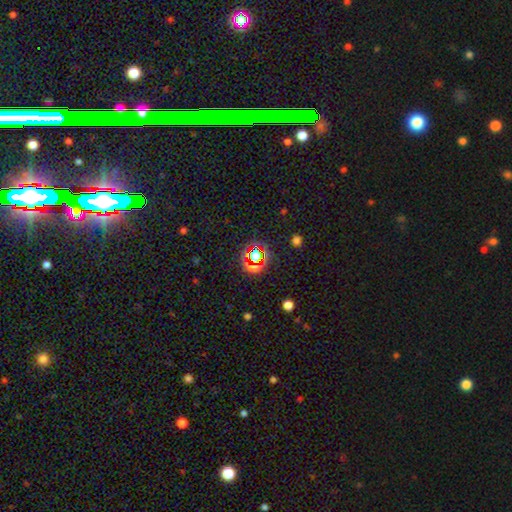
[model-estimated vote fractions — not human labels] Smooth or featured? Predicted: star or artifact (p=0.68).